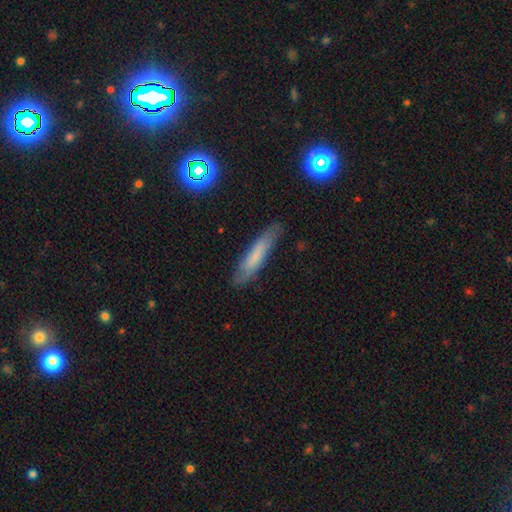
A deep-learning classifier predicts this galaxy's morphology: Overall: smooth (66%). How rounded: cigar-shaped (86%). Merging: none (81%).